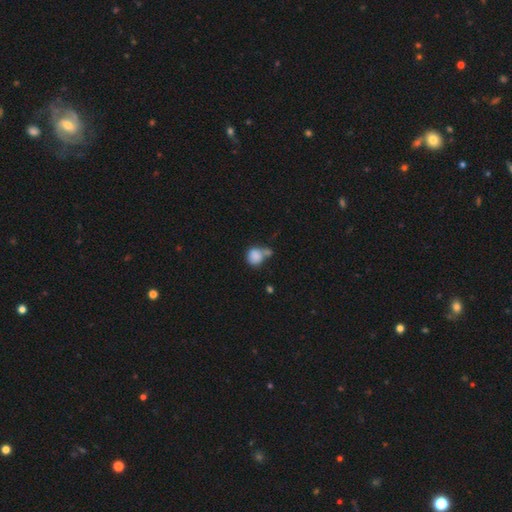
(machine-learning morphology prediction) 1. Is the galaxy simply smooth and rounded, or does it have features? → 84% smooth, 9% star or artifact, 7% featured or disk.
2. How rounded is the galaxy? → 78% round, 21% in between, 1% cigar-shaped.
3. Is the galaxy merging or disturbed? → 40% merger, 37% none, 15% minor disturbance, 9% major disturbance.